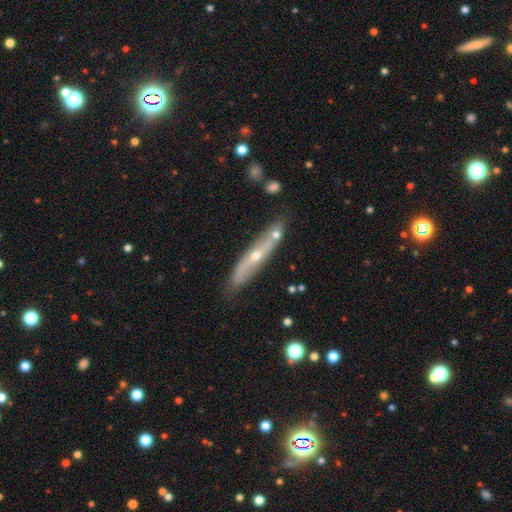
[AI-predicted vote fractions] A featured or disk galaxy (64%) viewed edge-on (62%).

Vote fractions:
- Smooth or featured? featured or disk: 64% / smooth: 29% / star or artifact: 7%
- Edge-on disk? yes: 62% / no: 38%
- Merging? none: 68% / minor disturbance: 18% / merger: 10% / major disturbance: 4%